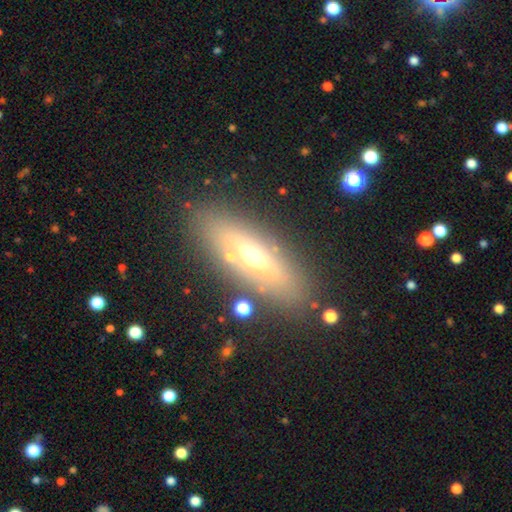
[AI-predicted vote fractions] The model was most divided on "smooth or featured": featured or disk: 48%, smooth: 37%, star or artifact: 15%. More confident: merging — none (83%).